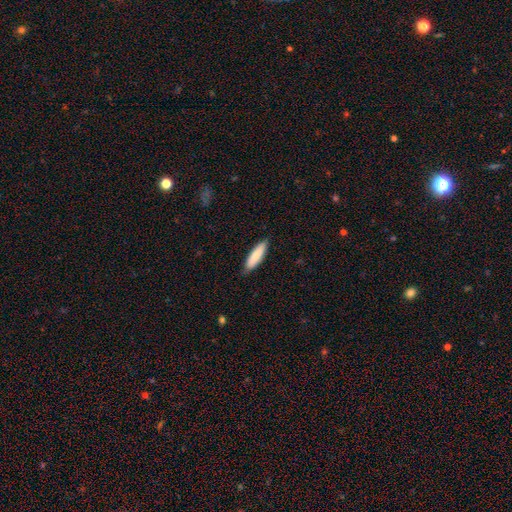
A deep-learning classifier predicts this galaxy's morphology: Q: Smooth or featured?
A: smooth (83%); runner-up: featured or disk (11%)
Q: How rounded?
A: cigar-shaped (63%); runner-up: in between (36%)
Q: Merging?
A: none (84%); runner-up: minor disturbance (13%)